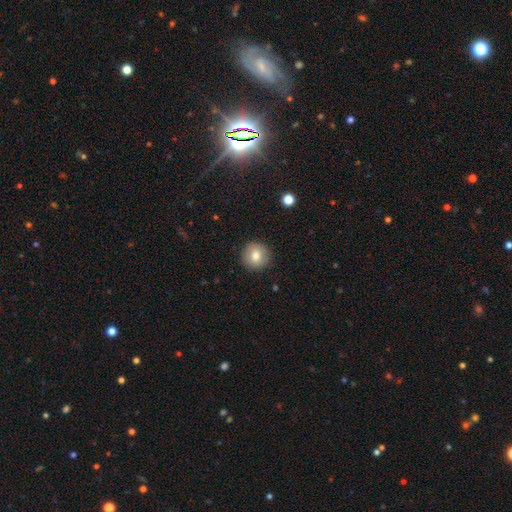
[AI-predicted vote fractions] Smooth or featured? Predicted: smooth (p=0.80). How rounded? Predicted: round (p=0.94). Merging? Predicted: none (p=0.90).